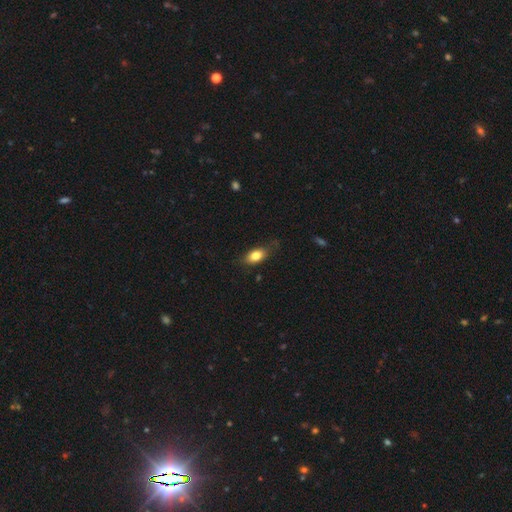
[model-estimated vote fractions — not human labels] Smooth or featured?
  - smooth: 81% *
  - featured or disk: 12%
  - star or artifact: 8%
How rounded?
  - in between: 87% *
  - round: 7%
  - cigar-shaped: 6%
Merging?
  - none: 75% *
  - minor disturbance: 19%
  - major disturbance: 5%
  - merger: 1%